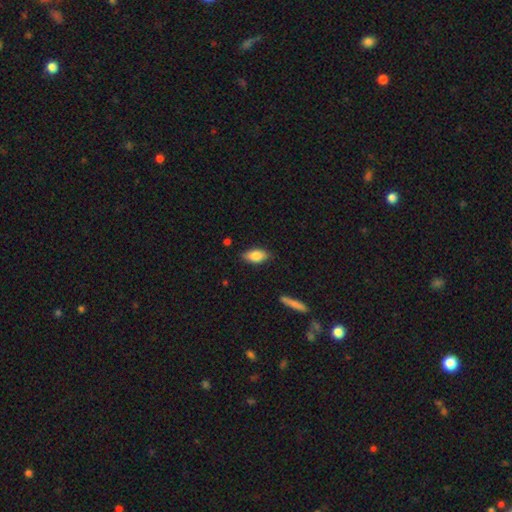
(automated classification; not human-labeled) Smooth or featured? Predicted: smooth (p=0.81). How rounded? Predicted: in between (p=0.88). Merging? Predicted: none (p=0.84).